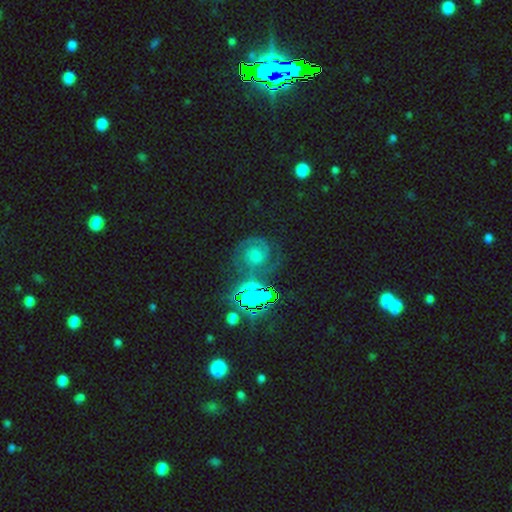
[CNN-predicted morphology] Smooth or featured?
  - featured or disk: 64% *
  - star or artifact: 20%
  - smooth: 16%
Edge-on disk?
  - no: 97% *
  - yes: 3%
Bar?
  - no: 68% *
  - weak: 25%
  - strong: 7%
Spiral arms?
  - yes: 94% *
  - no: 6%
Spiral winding?
  - tight: 58% *
  - medium: 35%
  - loose: 7%
Spiral arm count?
  - 2: 70% *
  - can't tell: 13%
  - 3: 8%
  - 1: 5%
  - 4: 3%
  - more than 4: 3%
Bulge size?
  - moderate: 45% *
  - small: 36%
  - large: 9%
  - none: 8%
  - dominant: 2%
Merging?
  - none: 66% *
  - minor disturbance: 17%
  - major disturbance: 10%
  - merger: 7%